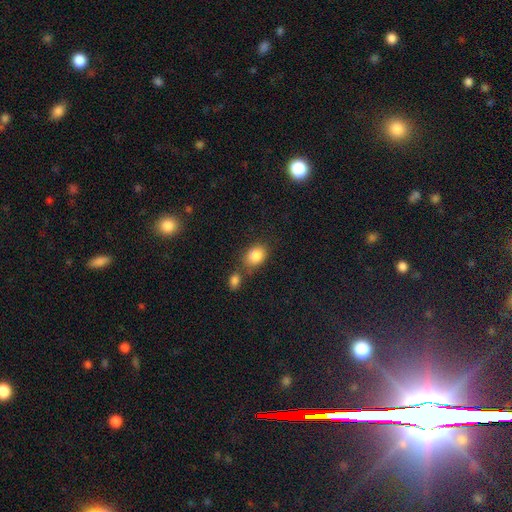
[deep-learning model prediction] Smooth or featured? smooth (85%)
How rounded? in between (68%)
Merging? none (58%)